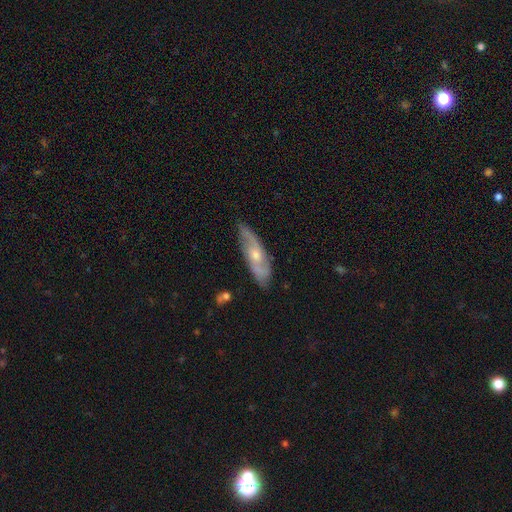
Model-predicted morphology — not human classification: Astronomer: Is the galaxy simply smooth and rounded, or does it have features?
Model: featured or disk — 70%.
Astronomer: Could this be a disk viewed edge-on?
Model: no — 76%.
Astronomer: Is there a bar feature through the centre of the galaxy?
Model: no — 68%.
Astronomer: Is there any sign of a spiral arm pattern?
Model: yes — 87%.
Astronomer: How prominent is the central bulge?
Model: moderate — 53% (runner-up: small, 41%).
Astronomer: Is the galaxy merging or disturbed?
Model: none — 76%.